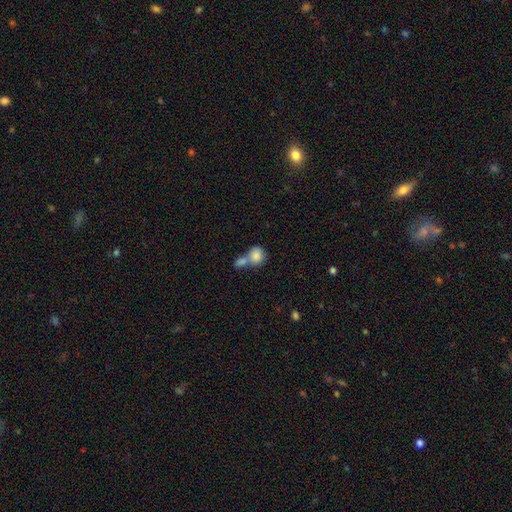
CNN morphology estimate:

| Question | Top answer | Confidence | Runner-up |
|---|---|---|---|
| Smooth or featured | smooth | 83% | featured or disk (9%) |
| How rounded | round | 71% | in between (27%) |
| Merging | merger | 61% | none (27%) |